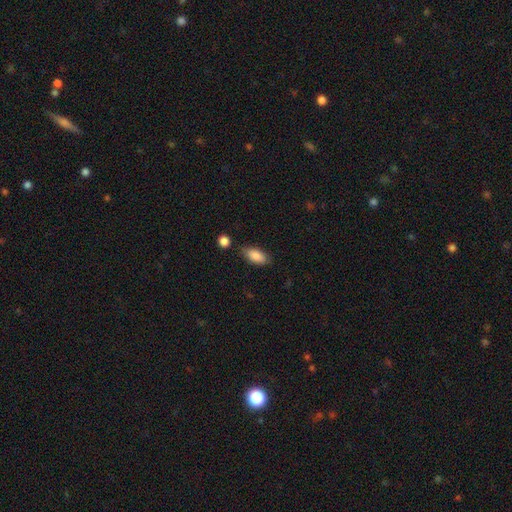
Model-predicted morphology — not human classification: The model was most divided on "merging": none: 79%, minor disturbance: 14%, merger: 4%, major disturbance: 3%. More confident: how rounded — in between (89%); smooth or featured — smooth (87%).